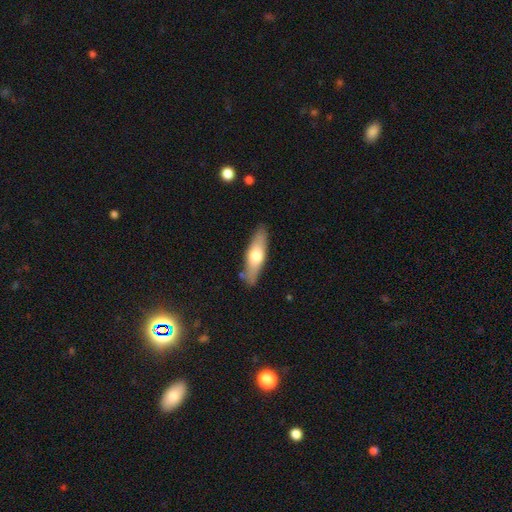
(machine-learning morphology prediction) Q: Smooth or featured?
A: smooth (55%); runner-up: featured or disk (40%)
Q: How rounded?
A: cigar-shaped (59%); runner-up: in between (39%)
Q: Merging?
A: none (84%); runner-up: minor disturbance (11%)